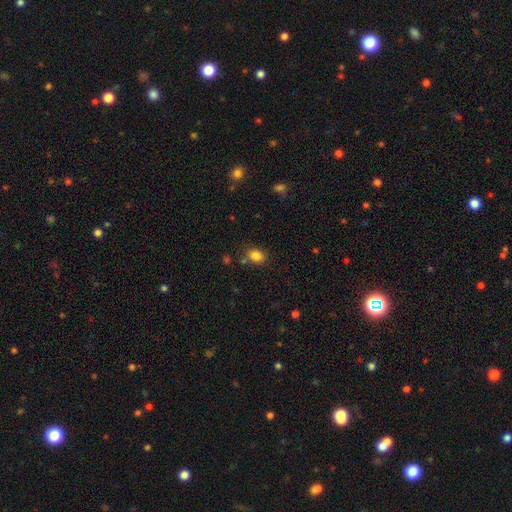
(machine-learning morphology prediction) This is clearly a smooth galaxy (83%). How rounded: likely in between (69%). Merging: likely none (73%).